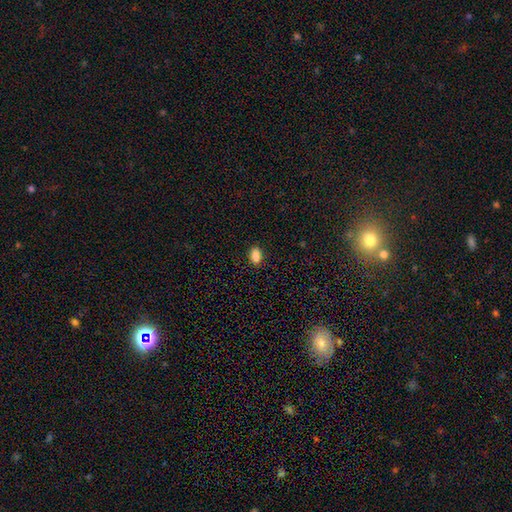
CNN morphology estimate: Q: Smooth or featured?
A: smooth (87%); runner-up: star or artifact (9%)
Q: How rounded?
A: in between (88%); runner-up: round (9%)
Q: Merging?
A: none (89%); runner-up: minor disturbance (8%)